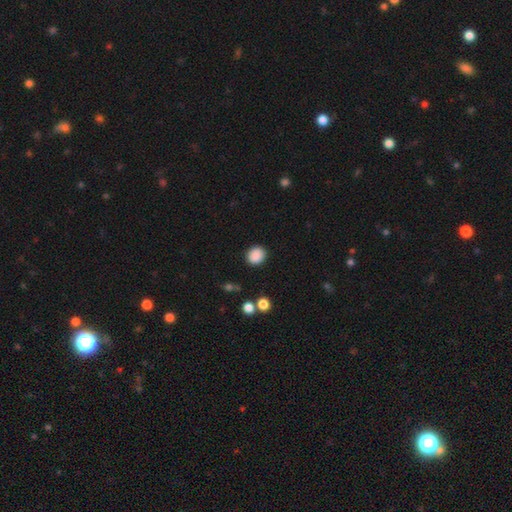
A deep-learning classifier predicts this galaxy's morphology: smooth 88%, star or artifact 9%, featured or disk 3%. Down the decision tree: how rounded — round (71%); merging — none (89%).